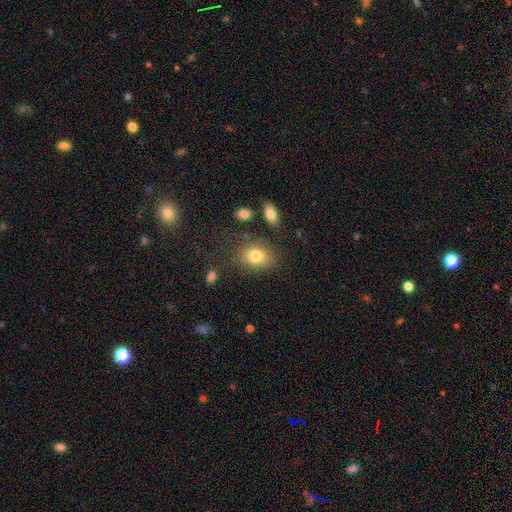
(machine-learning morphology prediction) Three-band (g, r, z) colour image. It shows a smooth galaxy with no disk features (80%) that is in between round and cigar-shaped (69%). Merging: none (75%).